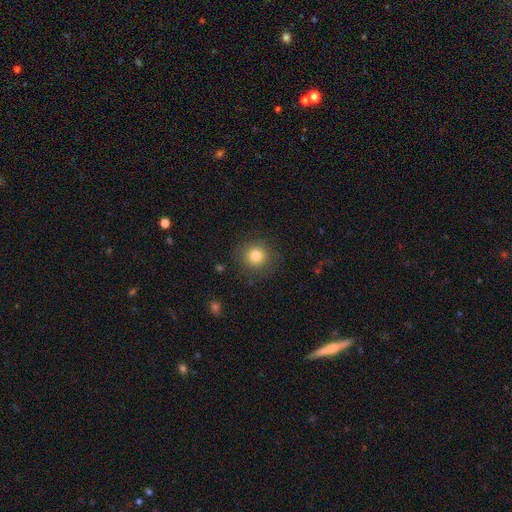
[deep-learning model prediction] A smooth galaxy with no disk features (82%) that is round (92%). Merging: none (87%).